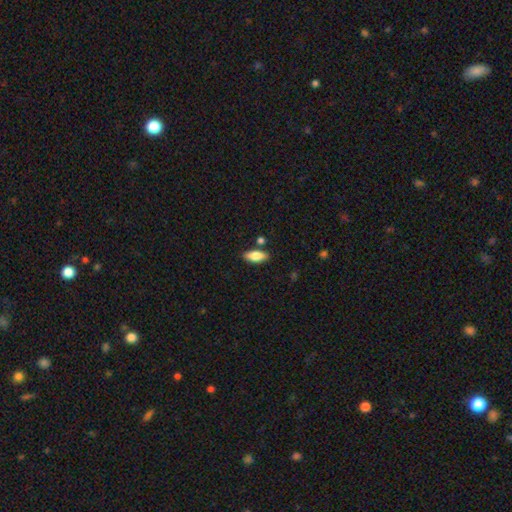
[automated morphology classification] Smooth or featured? Predicted: smooth (p=0.76). How rounded? Predicted: in between (p=0.81). Merging? Predicted: none (p=0.82).